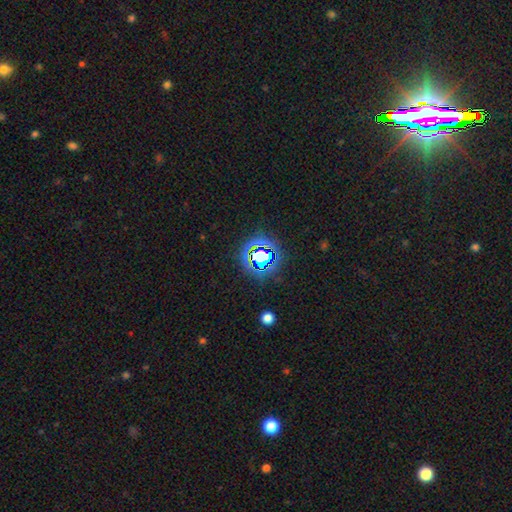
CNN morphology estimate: smooth_or_featured: star or artifact (p=0.72) [alt: smooth p=0.18]